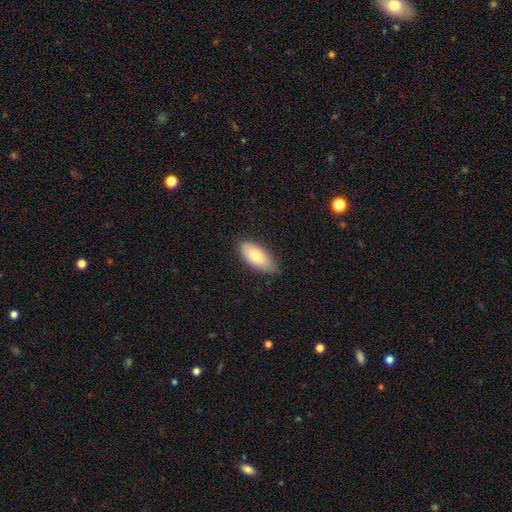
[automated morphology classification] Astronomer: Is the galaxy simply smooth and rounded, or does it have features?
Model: smooth — 79%.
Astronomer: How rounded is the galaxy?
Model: in between — 89%.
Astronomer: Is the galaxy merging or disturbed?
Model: none — 75%.